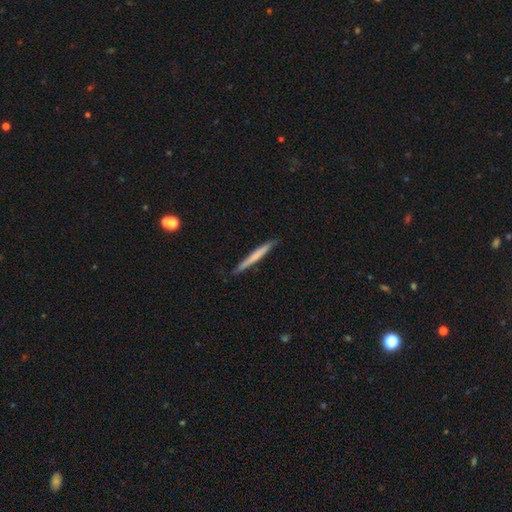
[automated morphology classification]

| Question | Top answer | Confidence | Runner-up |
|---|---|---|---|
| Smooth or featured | smooth | 59% | featured or disk (36%) |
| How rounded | cigar-shaped | 97% | in between (2%) |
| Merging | none | 89% | minor disturbance (9%) |